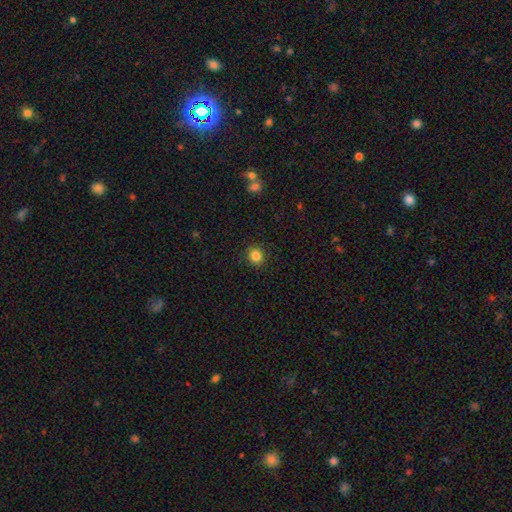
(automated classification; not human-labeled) smooth 84%, star or artifact 11%, featured or disk 4%. Down the decision tree: how rounded — round (83%); merging — none (91%).